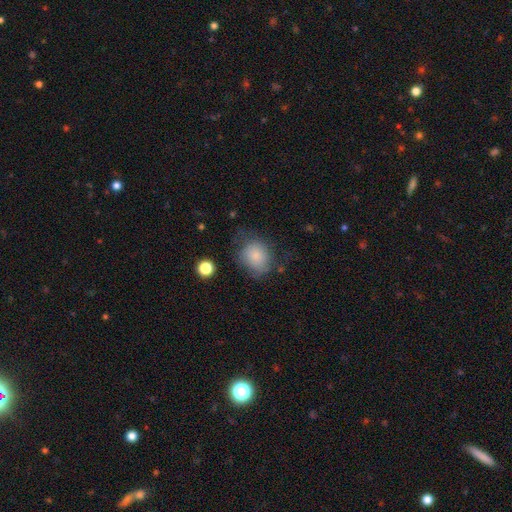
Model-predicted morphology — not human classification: A smooth galaxy with no disk features (79%) that is round (67%). Merging: none (55%).